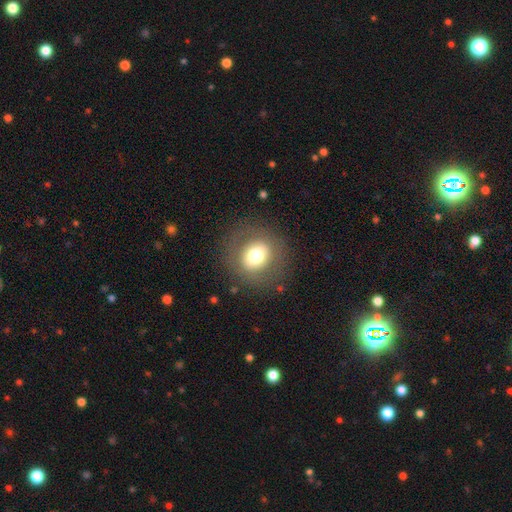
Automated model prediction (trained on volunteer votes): Smooth or featured: smooth — 66% (featured or disk — 23%)
How rounded: round — 85% (in between — 14%)
Merging: none — 83% (minor disturbance — 9%)